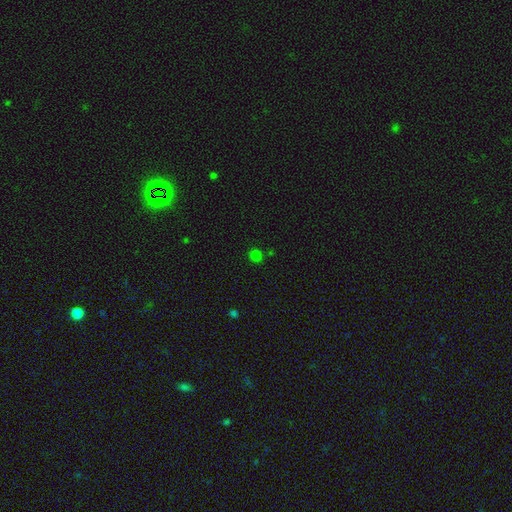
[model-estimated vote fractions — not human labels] Morphology: type=smooth (75%); roundness=round (90%); merging=none (86%).